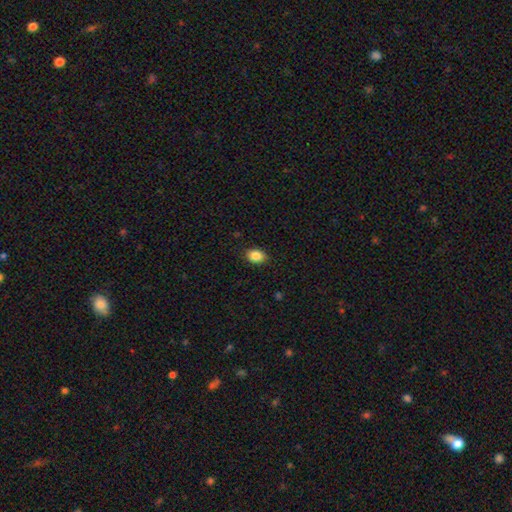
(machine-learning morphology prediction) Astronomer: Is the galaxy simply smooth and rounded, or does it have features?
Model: smooth — 85%.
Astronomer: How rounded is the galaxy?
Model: in between — 68%.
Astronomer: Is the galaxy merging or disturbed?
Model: none — 87%.